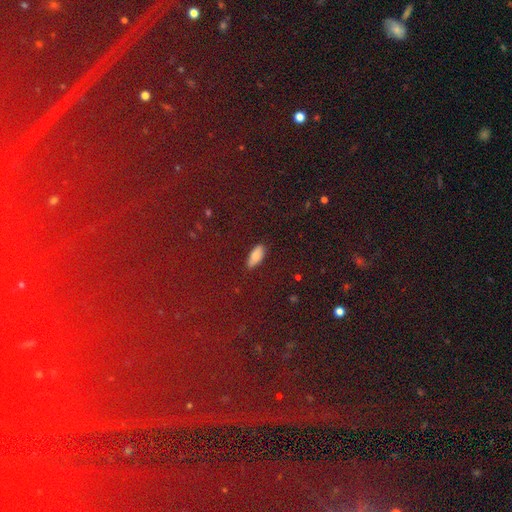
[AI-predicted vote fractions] The model was most divided on "how rounded": in between: 76%, cigar-shaped: 19%, round: 5%. More confident: merging — none (85%); smooth or featured — smooth (74%).